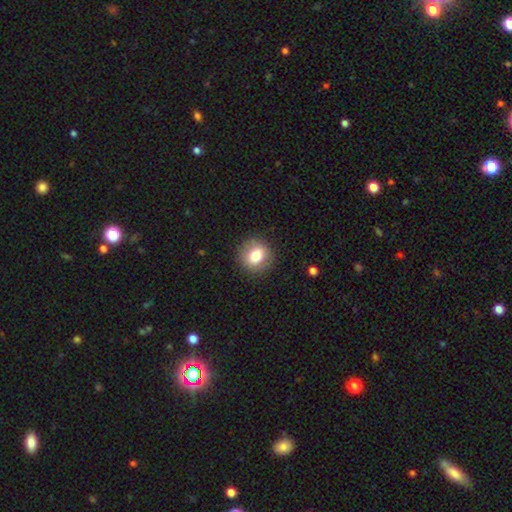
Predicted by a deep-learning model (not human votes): Smooth or featured: smooth — 77% (featured or disk — 13%)
How rounded: round — 79% (in between — 20%)
Merging: none — 88% (minor disturbance — 8%)